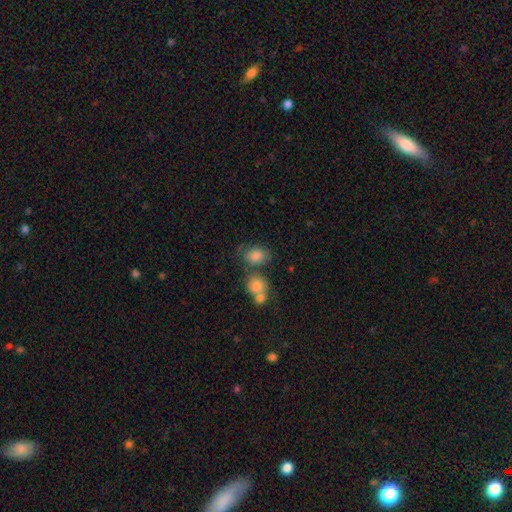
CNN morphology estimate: The model was most divided on "how rounded": in between: 61%, round: 38%, cigar-shaped: 1%. More confident: smooth or featured — smooth (82%); merging — none (55%).